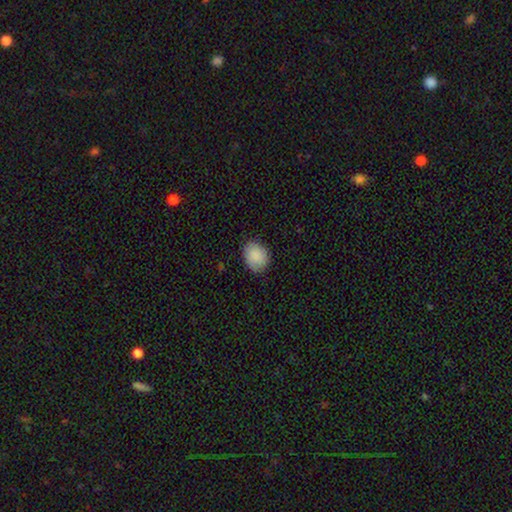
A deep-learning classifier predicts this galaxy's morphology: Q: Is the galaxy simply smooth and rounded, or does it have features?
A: smooth — 89%.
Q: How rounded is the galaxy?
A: in between — 54%.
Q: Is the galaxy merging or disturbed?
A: none — 84%.